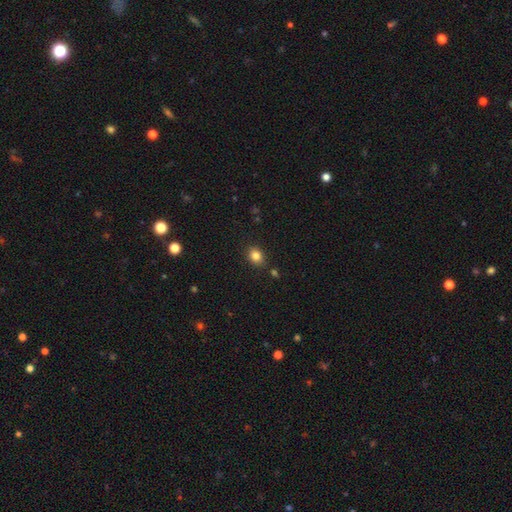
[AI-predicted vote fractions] smooth_or_featured: smooth (p=0.83) [alt: star or artifact p=0.11]
how_rounded: in between (p=0.50) [alt: round p=0.49]
merging: none (p=0.84) [alt: minor disturbance p=0.10]